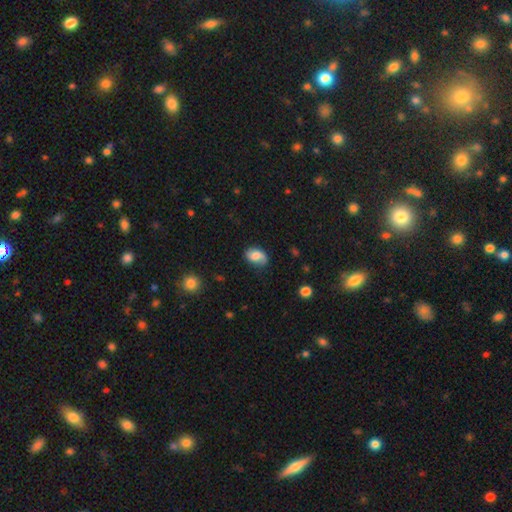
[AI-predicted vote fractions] Morphology: type=smooth (62%); roundness=in between (81%); merging=none (64%).